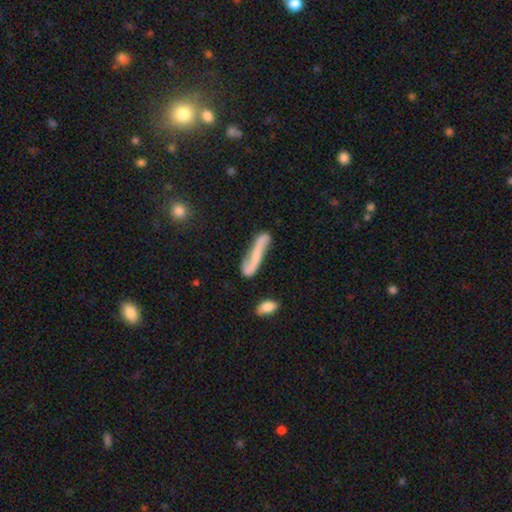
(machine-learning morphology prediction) smooth_or_featured: featured or disk (p=0.58) [alt: smooth p=0.34]
disk_edge_on: no (p=0.69) [alt: yes p=0.31]
merging: none (p=0.58) [alt: minor disturbance p=0.24]